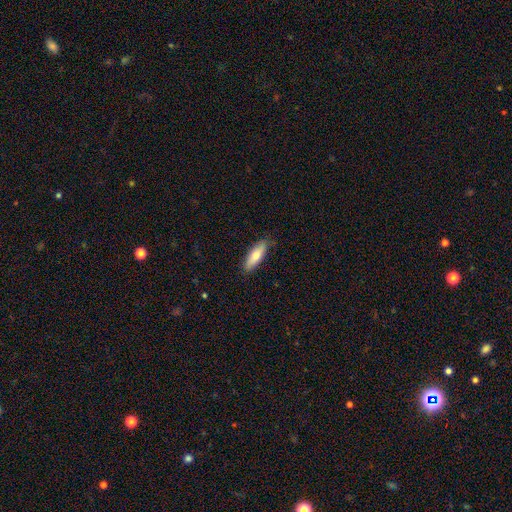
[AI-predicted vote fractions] Smooth or featured?
  - smooth: 73% *
  - featured or disk: 21%
  - star or artifact: 6%
How rounded?
  - in between: 52% *
  - cigar-shaped: 46%
  - round: 2%
Merging?
  - none: 84% *
  - minor disturbance: 13%
  - major disturbance: 2%
  - merger: 1%